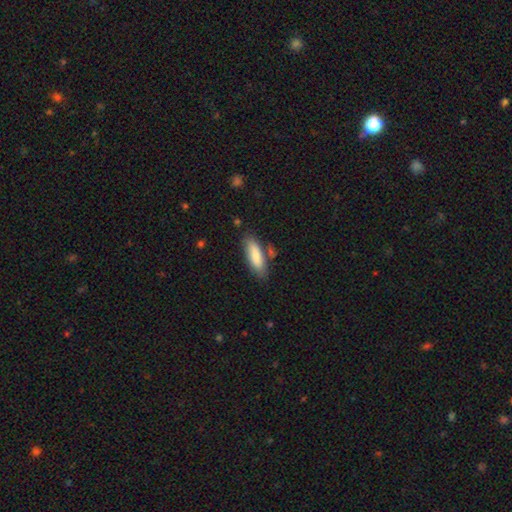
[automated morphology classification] Overall: smooth (83%). How rounded: in between (53%; cigar-shaped 46%). Merging: none (74%).